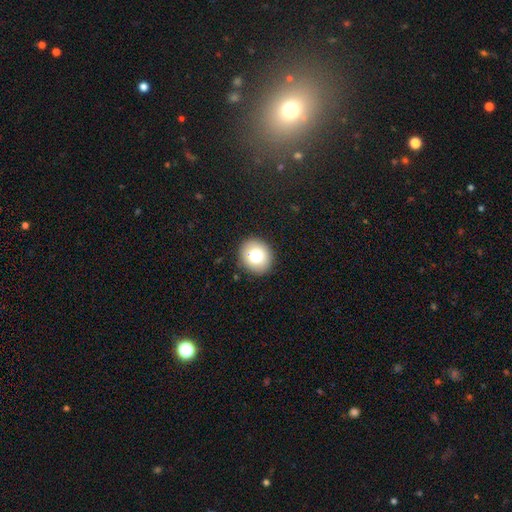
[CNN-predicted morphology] Smooth or featured? Predicted: smooth (p=0.78). How rounded? Predicted: round (p=0.78). Merging? Predicted: none (p=0.90).